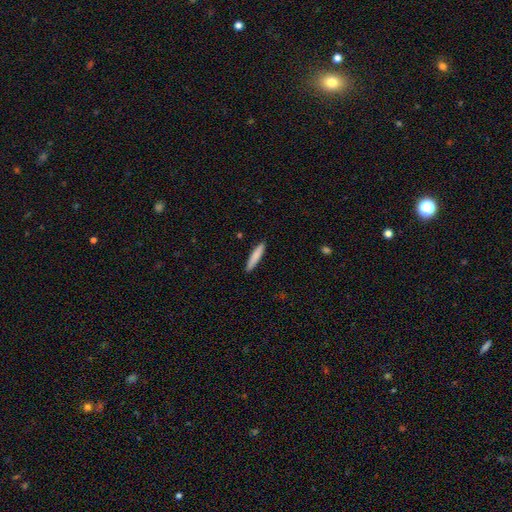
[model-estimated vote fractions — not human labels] This is clearly a smooth galaxy (83%). How rounded: clearly cigar-shaped (90%). Merging: clearly none (90%).